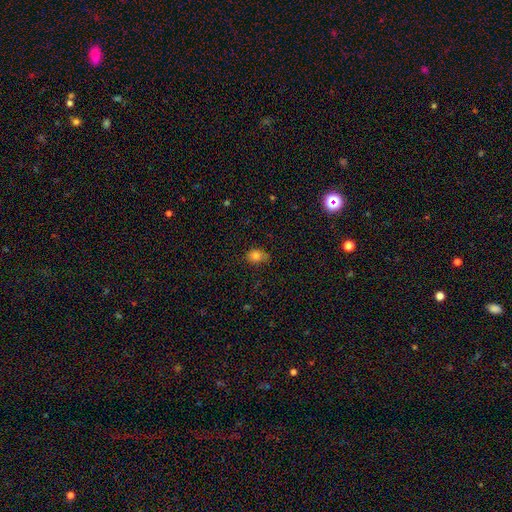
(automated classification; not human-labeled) smooth-or-featured: smooth: 80% | star or artifact: 11% | featured or disk: 8%
  how-rounded: in between: 51% | round: 48% | cigar-shaped: 1%
  merging: none: 66% | minor disturbance: 26% | major disturbance: 5% | merger: 2%